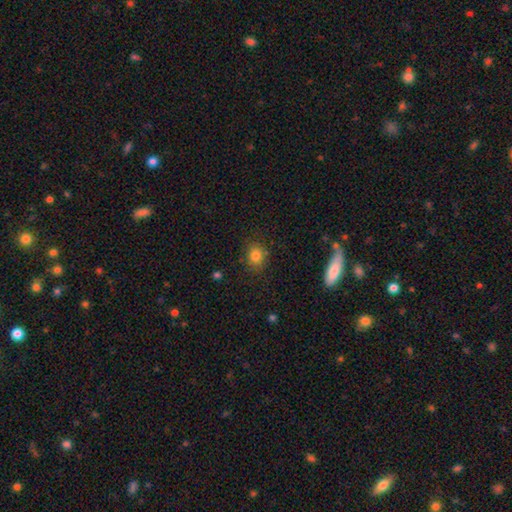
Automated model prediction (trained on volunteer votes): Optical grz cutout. It shows a smooth galaxy with no disk features (81%) that is round (70%). Merging: none (82%).